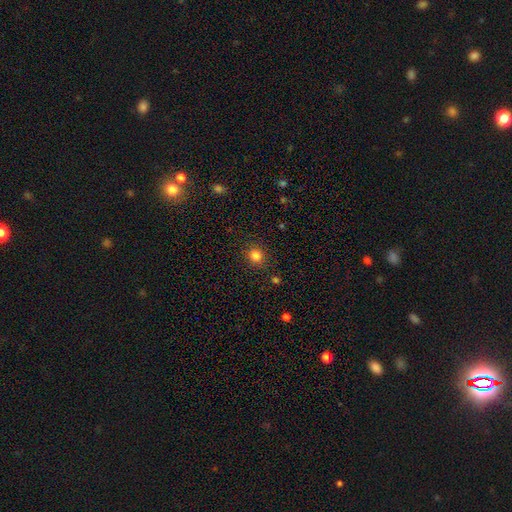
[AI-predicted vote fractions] smooth_or_featured: smooth (p=0.82) [alt: star or artifact p=0.13]
how_rounded: round (p=0.85) [alt: in between p=0.14]
merging: none (p=0.87) [alt: minor disturbance p=0.08]